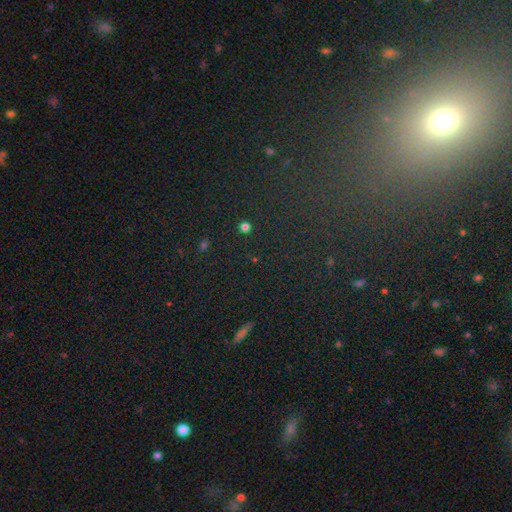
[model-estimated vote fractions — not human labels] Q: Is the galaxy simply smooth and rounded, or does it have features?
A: star or artifact — 61%.